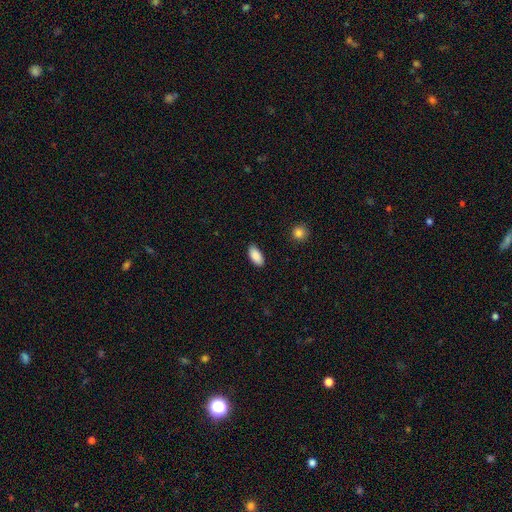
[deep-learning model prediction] Overall: smooth (90%). How rounded: in between (92%). Merging: none (87%).